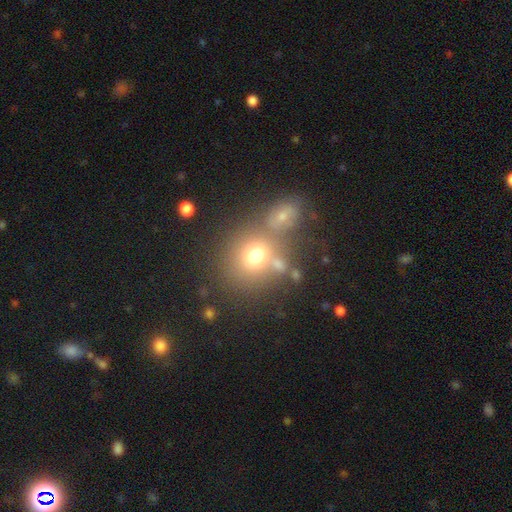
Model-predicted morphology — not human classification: type=smooth (71%); roundness=round (76%); merging=none (52%).